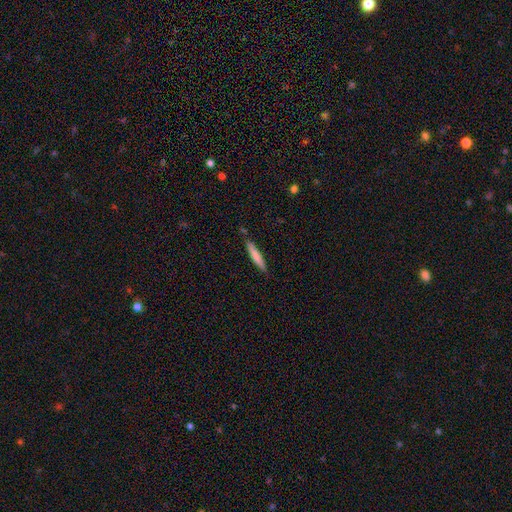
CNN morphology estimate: Smooth or featured? Predicted: smooth (p=0.75). How rounded? Predicted: cigar-shaped (p=0.93). Merging? Predicted: none (p=0.85).